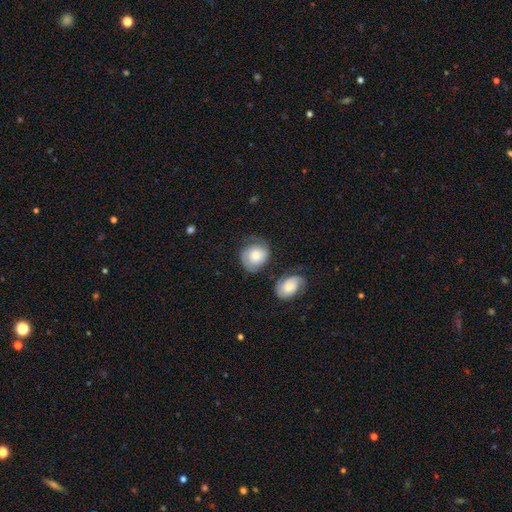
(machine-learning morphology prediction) A smooth galaxy with no disk features (57%) that is round (71%).

Vote fractions:
- Smooth or featured? smooth: 57% / featured or disk: 36% / star or artifact: 7%
- How rounded? round: 71% / in between: 28% / cigar-shaped: 1%
- Merging? none: 56% / minor disturbance: 24% / major disturbance: 12% / merger: 9%